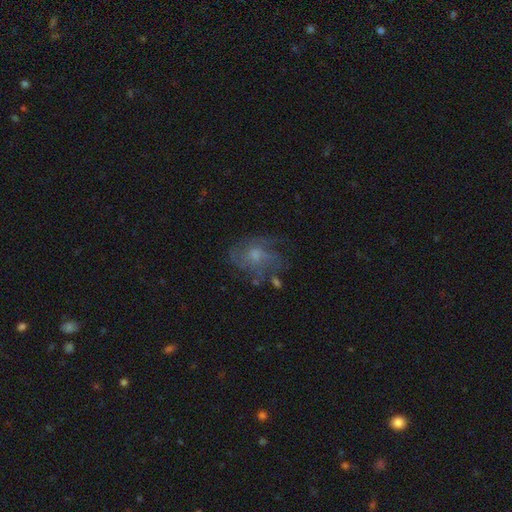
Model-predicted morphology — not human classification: featured or disk 65%, smooth 24%, star or artifact 12%. Down the decision tree: edge-on disk — no (97%); bar — no (76%); spiral arms — yes (72%); bulge size — moderate (43%, tied with small); merging — none (55%).